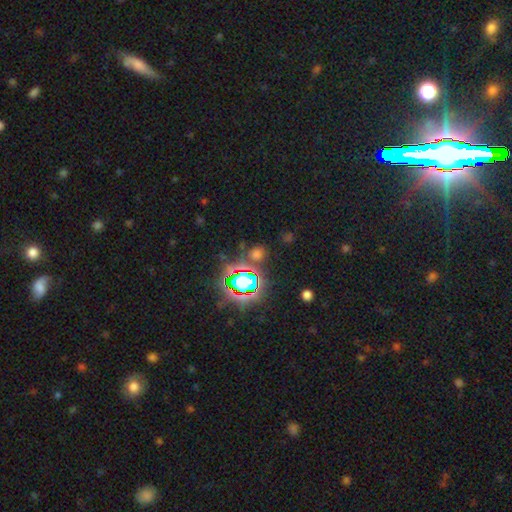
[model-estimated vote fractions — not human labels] The model was most divided on "smooth or featured": star or artifact: 61%, smooth: 32%, featured or disk: 7%.